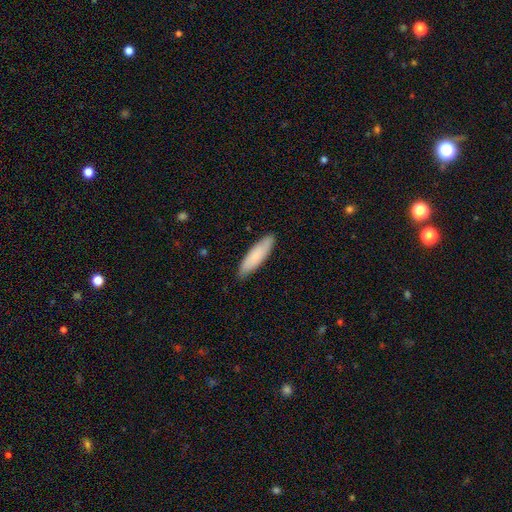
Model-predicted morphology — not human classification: Smooth or featured? Predicted: smooth (p=0.81). How rounded? Predicted: cigar-shaped (p=0.67). Merging? Predicted: none (p=0.87).